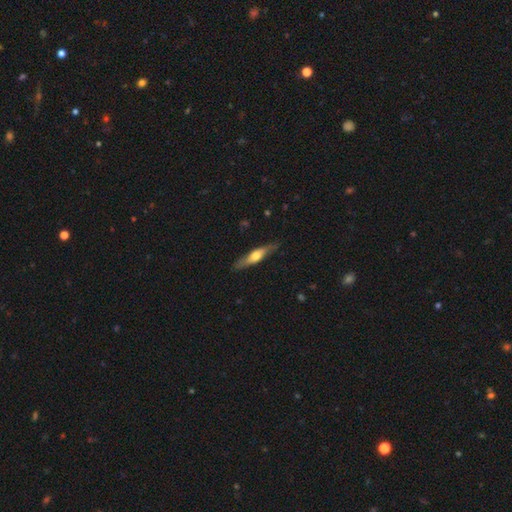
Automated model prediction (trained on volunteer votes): Smooth or featured: featured or disk — 52% (smooth — 42%)
Edge-on disk: yes — 85% (no — 15%)
Merging: none — 82% (minor disturbance — 14%)